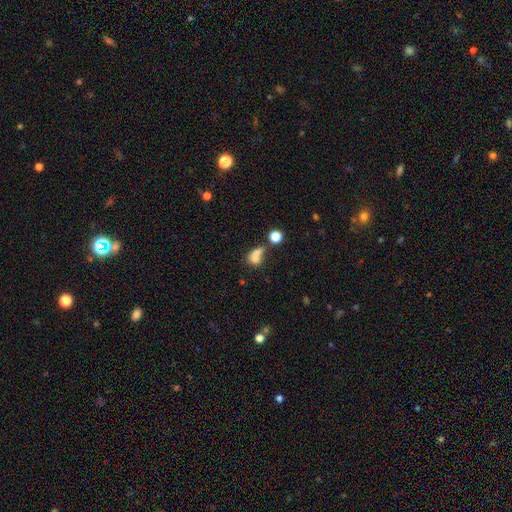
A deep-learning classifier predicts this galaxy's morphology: Smooth or featured?
  - smooth: 68% *
  - featured or disk: 18%
  - star or artifact: 14%
How rounded?
  - in between: 48% *
  - round: 47%
  - cigar-shaped: 5%
Merging?
  - merger: 56% *
  - none: 25%
  - major disturbance: 10%
  - minor disturbance: 10%